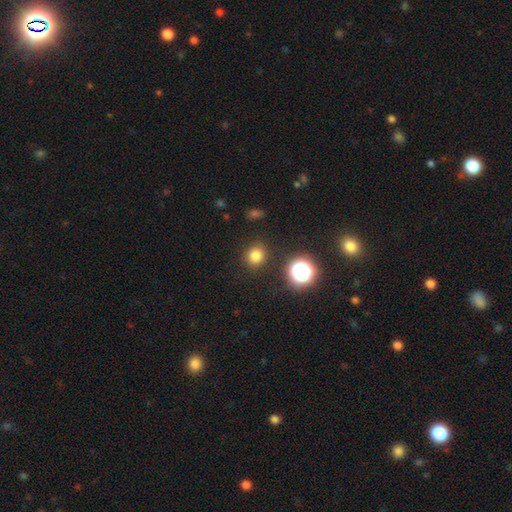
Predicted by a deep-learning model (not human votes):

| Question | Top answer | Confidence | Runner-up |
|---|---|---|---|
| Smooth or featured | smooth | 79% | star or artifact (16%) |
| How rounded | round | 86% | in between (13%) |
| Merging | none | 89% | minor disturbance (7%) |